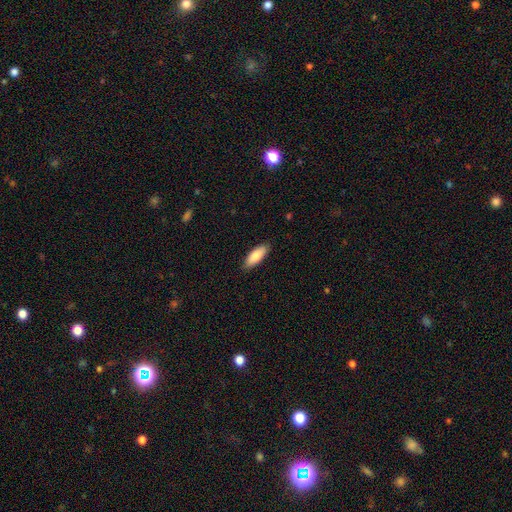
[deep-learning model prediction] A smooth galaxy with no disk features (85%) that is in between round and cigar-shaped (66%). Merging: none (87%).